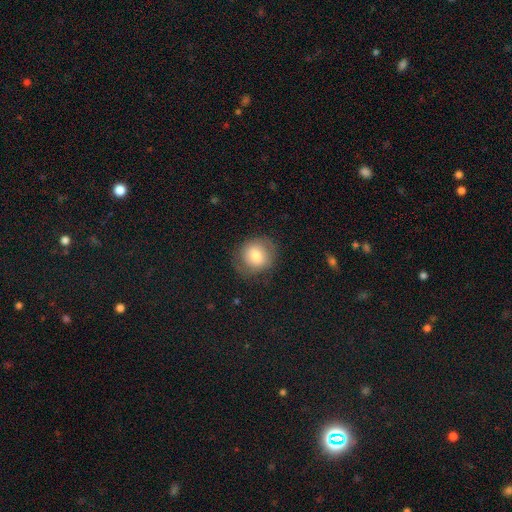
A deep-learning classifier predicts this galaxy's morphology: This appears to be a smooth galaxy with no disk features (70%) that is round (83%). Merging: none (72%).